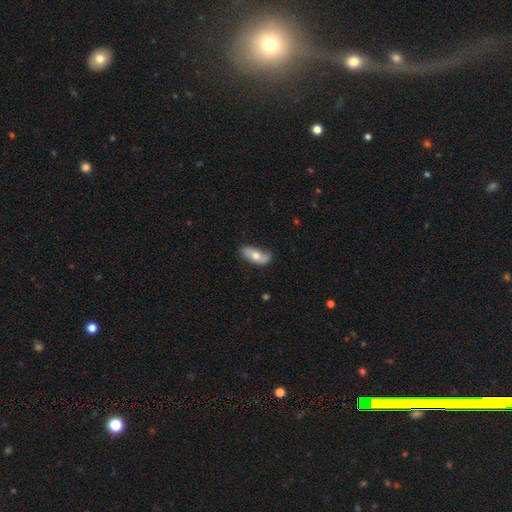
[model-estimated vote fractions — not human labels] smooth 54%, featured or disk 40%, star or artifact 6%. Down the decision tree: how rounded — in between (82%); merging — none (64%).